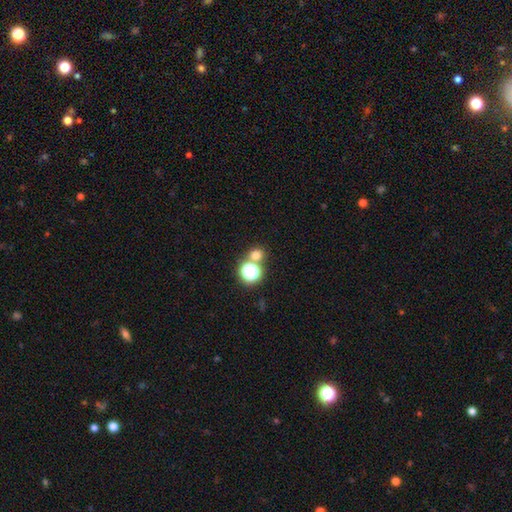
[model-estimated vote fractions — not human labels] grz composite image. It shows a smooth galaxy with no disk features (68%) that is round (84%). Merging: none (66%).